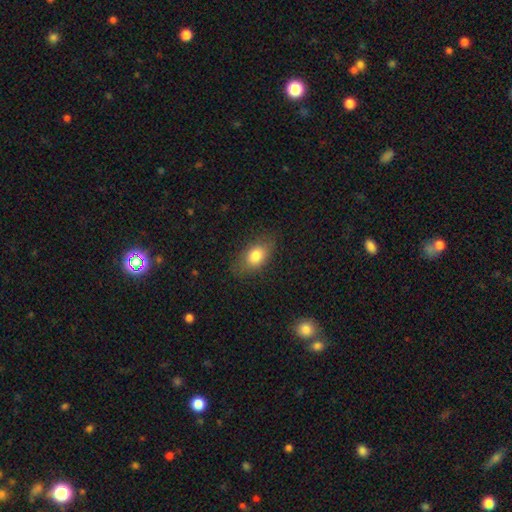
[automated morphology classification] This is likely a smooth galaxy (79%). How rounded: clearly in between (83%). Merging: likely none (78%).